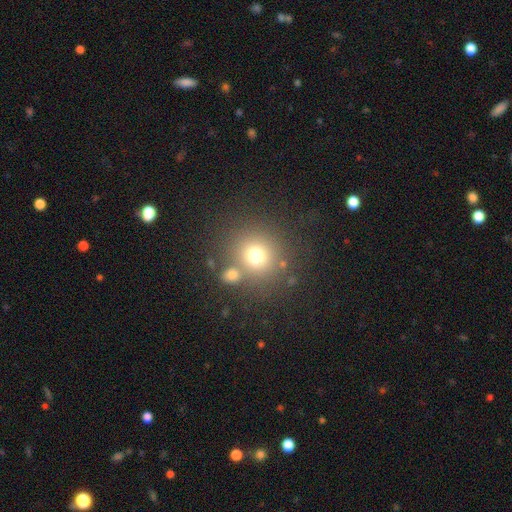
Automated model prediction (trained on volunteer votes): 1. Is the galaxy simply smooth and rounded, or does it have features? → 72% smooth, 17% star or artifact, 11% featured or disk.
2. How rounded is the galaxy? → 87% round, 12% in between, 1% cigar-shaped.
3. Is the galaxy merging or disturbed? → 70% none, 15% merger, 10% minor disturbance, 5% major disturbance.